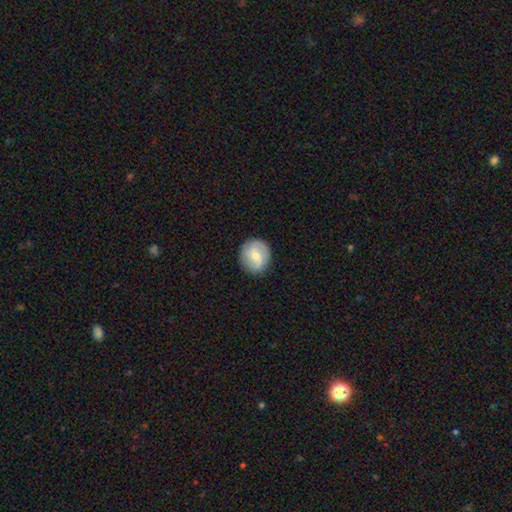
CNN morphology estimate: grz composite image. It shows a featured or disk galaxy (55%) with a weak bar (45%), spiral arms (83%) and a moderate central bulge (49%). Merging: none (86%).